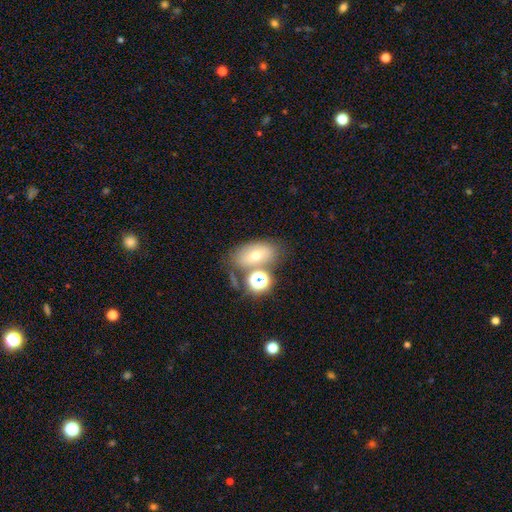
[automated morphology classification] Smooth or featured? Predicted: smooth (p=0.57). How rounded? Predicted: in between (p=0.79). Merging? Predicted: none (p=0.56).